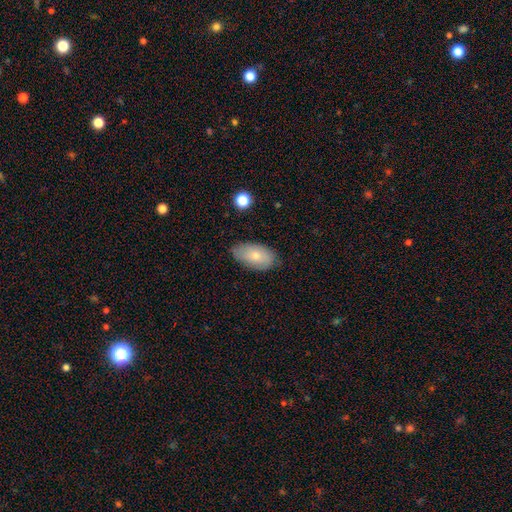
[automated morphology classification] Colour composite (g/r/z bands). It shows a smooth galaxy with no disk features (74%) that is in between round and cigar-shaped (94%). Merging: none (77%).